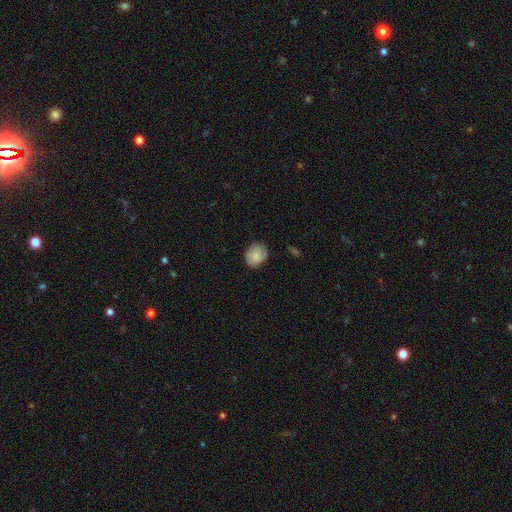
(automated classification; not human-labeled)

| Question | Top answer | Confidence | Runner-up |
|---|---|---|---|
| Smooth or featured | smooth | 69% | featured or disk (23%) |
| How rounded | round | 56% | in between (43%) |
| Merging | none | 77% | minor disturbance (18%) |